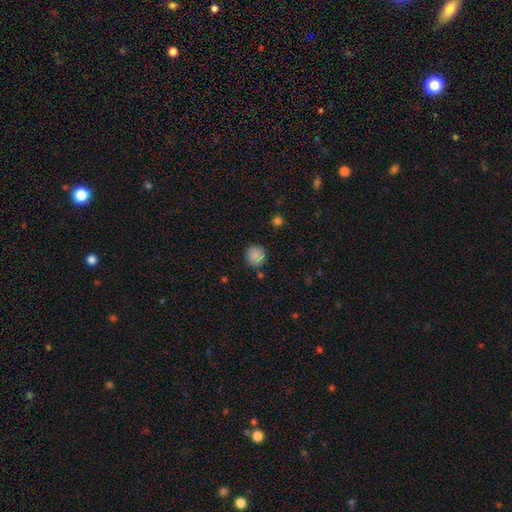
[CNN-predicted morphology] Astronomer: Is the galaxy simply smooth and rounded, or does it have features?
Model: smooth — 86%.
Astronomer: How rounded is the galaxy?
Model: round — 92%.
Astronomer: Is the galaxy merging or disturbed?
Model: none — 84%.